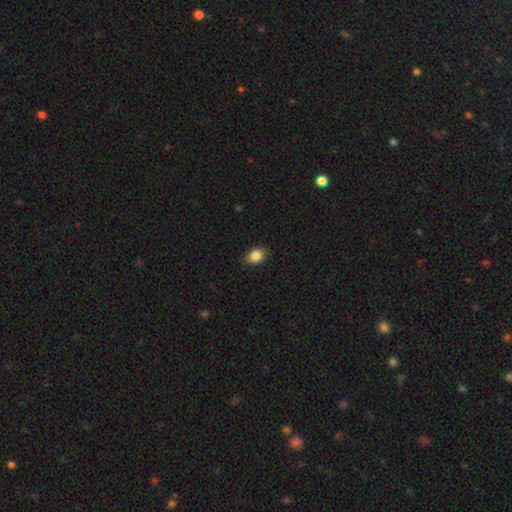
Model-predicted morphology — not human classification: Smooth or featured: smooth — 86% (star or artifact — 9%)
How rounded: in between — 77% (round — 22%)
Merging: none — 87% (minor disturbance — 10%)